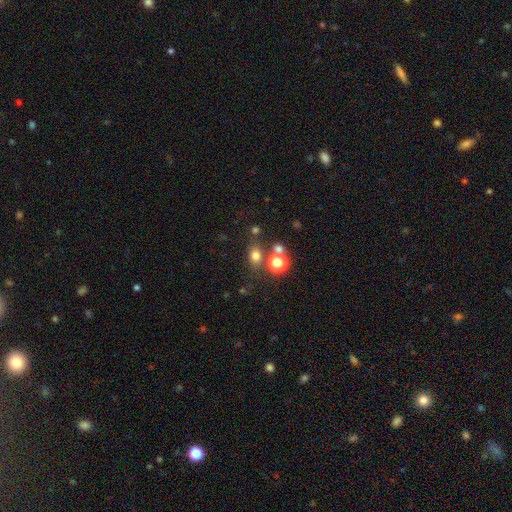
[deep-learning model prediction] A smooth galaxy with no disk features (72%) that is in between round and cigar-shaped (52%). Merging: none (70%).